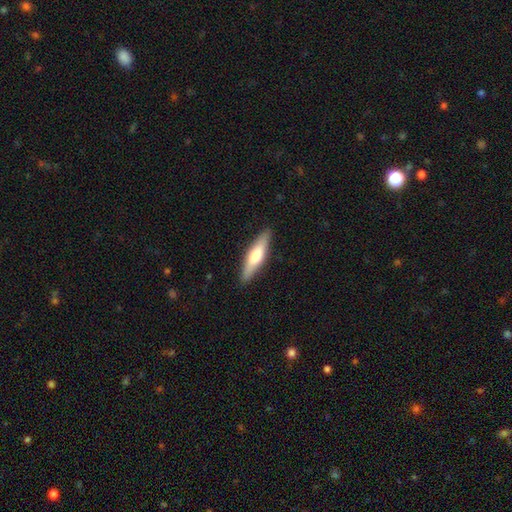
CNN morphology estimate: The model was most divided on "smooth or featured": smooth: 54%, featured or disk: 41%, star or artifact: 5%. More confident: merging — none (89%); how rounded — cigar-shaped (76%).